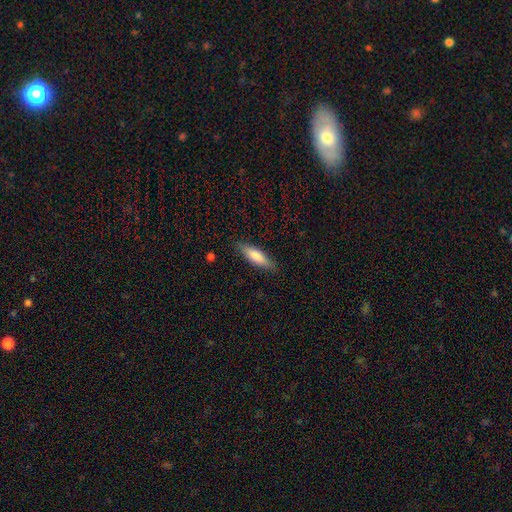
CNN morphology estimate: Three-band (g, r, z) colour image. It shows a smooth galaxy with no disk features (76%) that is cigar-shaped (64%). Merging: none (86%).